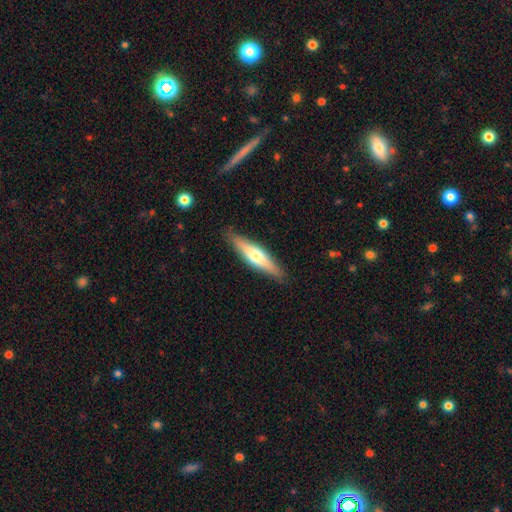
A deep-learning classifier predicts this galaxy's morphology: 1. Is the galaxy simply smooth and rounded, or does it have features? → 50% smooth, 45% featured or disk, 5% star or artifact.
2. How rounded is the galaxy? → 77% cigar-shaped, 21% in between, 2% round.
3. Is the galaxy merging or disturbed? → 87% none, 10% minor disturbance, 2% major disturbance, 1% merger.